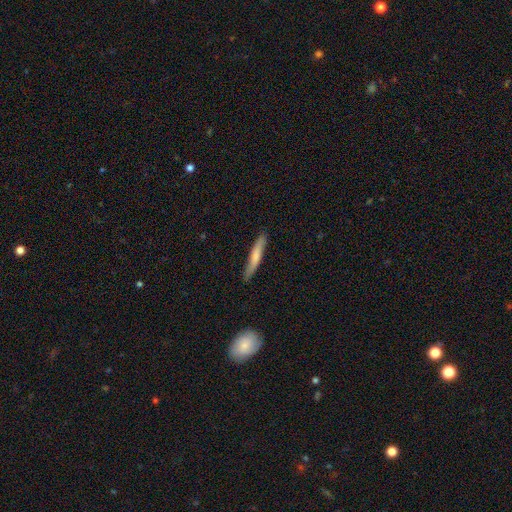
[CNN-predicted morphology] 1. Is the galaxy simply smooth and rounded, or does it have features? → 67% smooth, 28% featured or disk, 5% star or artifact.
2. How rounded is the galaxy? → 93% cigar-shaped, 6% in between, 1% round.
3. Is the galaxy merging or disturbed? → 85% none, 12% minor disturbance, 2% major disturbance, 1% merger.